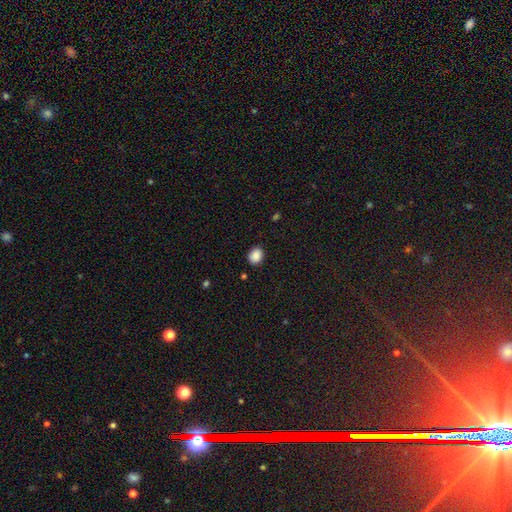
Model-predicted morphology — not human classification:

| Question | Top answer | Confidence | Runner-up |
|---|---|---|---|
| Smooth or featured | smooth | 88% | star or artifact (9%) |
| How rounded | in between | 54% | round (45%) |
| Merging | none | 87% | minor disturbance (10%) |